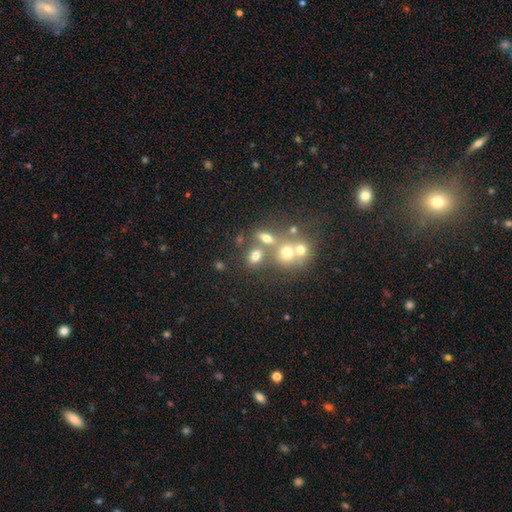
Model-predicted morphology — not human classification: smooth 68%, star or artifact 17%, featured or disk 16%. Down the decision tree: how rounded — in between (61%); merging — none (51%).